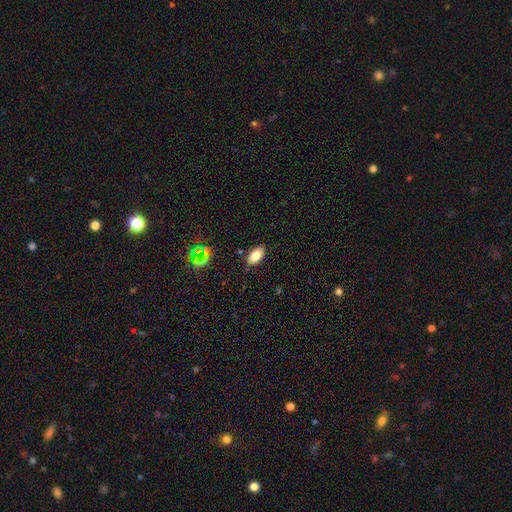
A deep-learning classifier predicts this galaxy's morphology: A smooth galaxy with no disk features (75%) that is in between round and cigar-shaped (91%).

Vote fractions:
- Smooth or featured? smooth: 75% / featured or disk: 13% / star or artifact: 12%
- How rounded? in between: 91% / cigar-shaped: 5% / round: 4%
- Merging? none: 86% / minor disturbance: 10% / major disturbance: 2% / merger: 2%